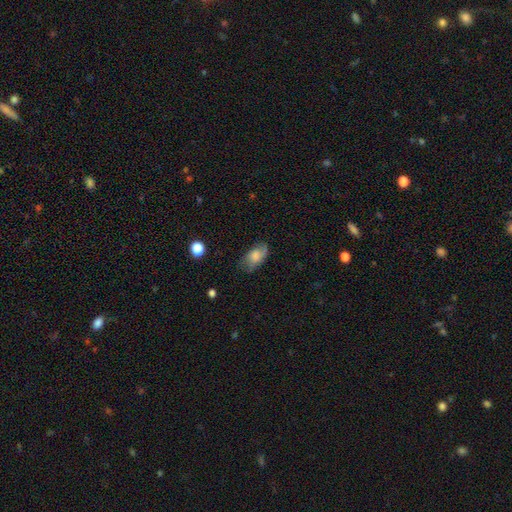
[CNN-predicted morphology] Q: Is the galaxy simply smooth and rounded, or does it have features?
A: smooth — 67%.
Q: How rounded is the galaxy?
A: in between — 90%.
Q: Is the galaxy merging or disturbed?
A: none — 60%.